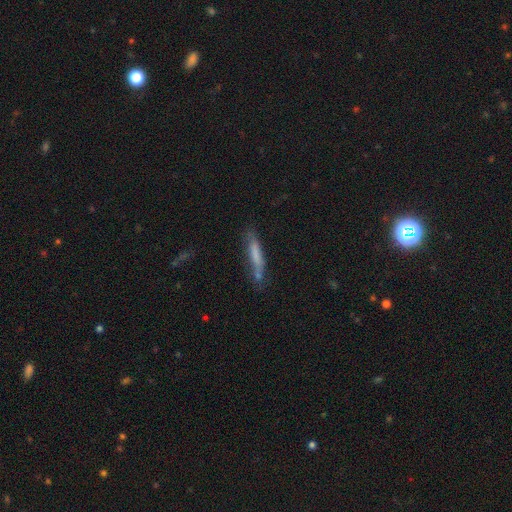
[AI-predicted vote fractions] Smooth or featured? Predicted: smooth (p=0.63). How rounded? Predicted: cigar-shaped (p=0.91). Merging? Predicted: none (p=0.64).